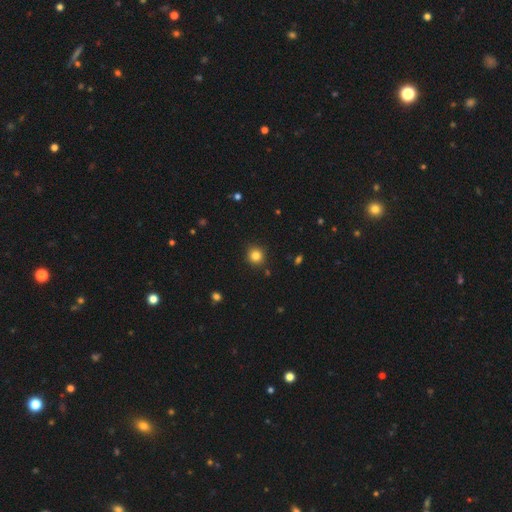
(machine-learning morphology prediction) smooth 83%, star or artifact 12%, featured or disk 5%. Down the decision tree: how rounded — round (91%); merging — none (89%).